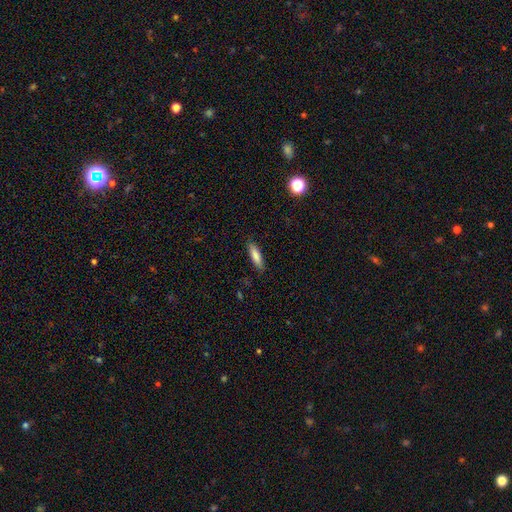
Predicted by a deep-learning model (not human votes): This is clearly a smooth galaxy (82%). How rounded: likely cigar-shaped (67%). Merging: clearly none (86%).